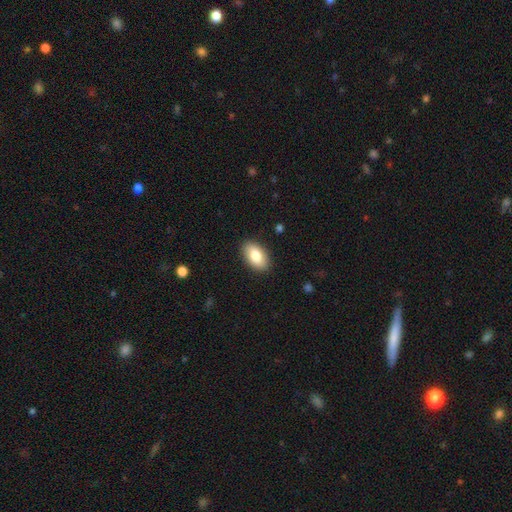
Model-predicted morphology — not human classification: smooth-or-featured: smooth: 83% | featured or disk: 10% | star or artifact: 6%
  how-rounded: in between: 94% | round: 5% | cigar-shaped: 2%
  merging: none: 89% | minor disturbance: 8% | major disturbance: 2% | merger: 1%